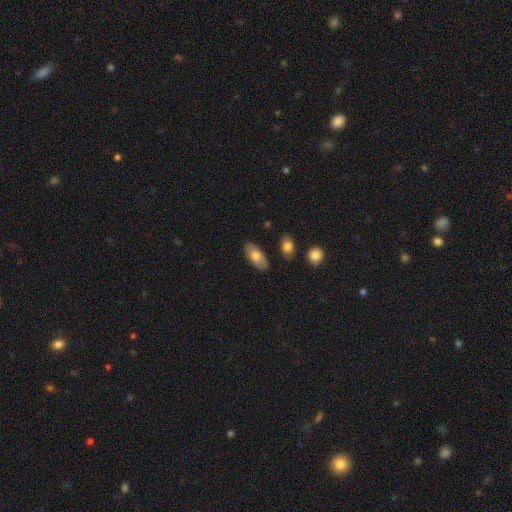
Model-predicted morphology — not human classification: smooth 72%, featured or disk 22%, star or artifact 6%. Down the decision tree: how rounded — in between (92%); merging — none (83%).